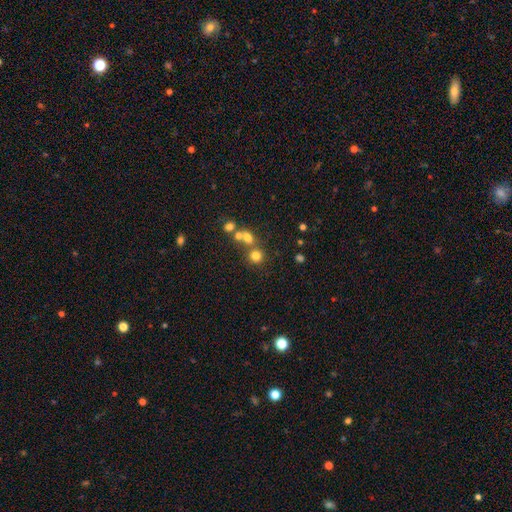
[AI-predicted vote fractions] This appears to be a smooth galaxy with no disk features (73%) that is round (88%). Merging: none (60%).